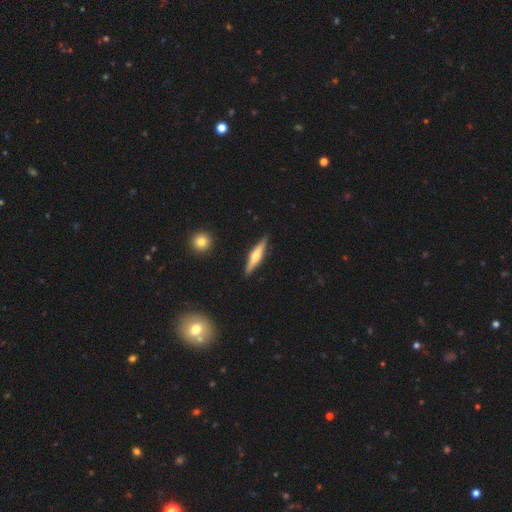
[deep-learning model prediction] This is possibly a featured or disk galaxy (57%). It is clearly viewed edge-on (96%). Edge-on bulge: clearly rounded (88%). Merging: clearly none (90%).